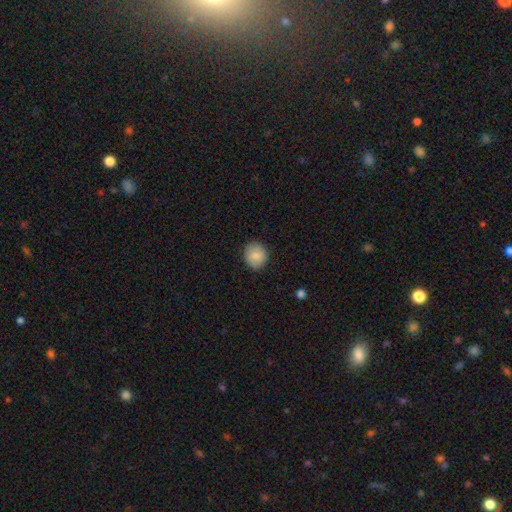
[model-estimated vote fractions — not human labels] This appears to be a smooth galaxy with no disk features (86%) that is round (78%). Merging: none (88%).